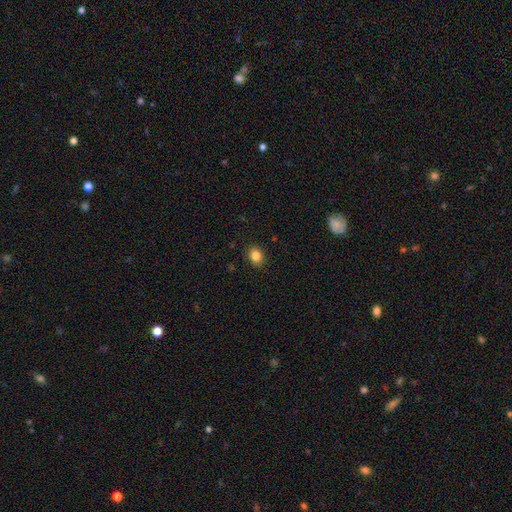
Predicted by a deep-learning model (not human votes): This appears to be a smooth galaxy with no disk features (84%) that is in between round and cigar-shaped (59%). Merging: none (89%).